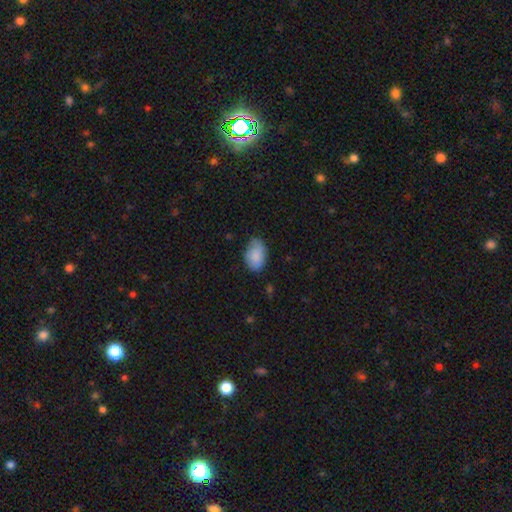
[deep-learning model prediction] This appears to be a smooth galaxy with no disk features (86%) that is in between round and cigar-shaped (90%). Merging: none (71%).